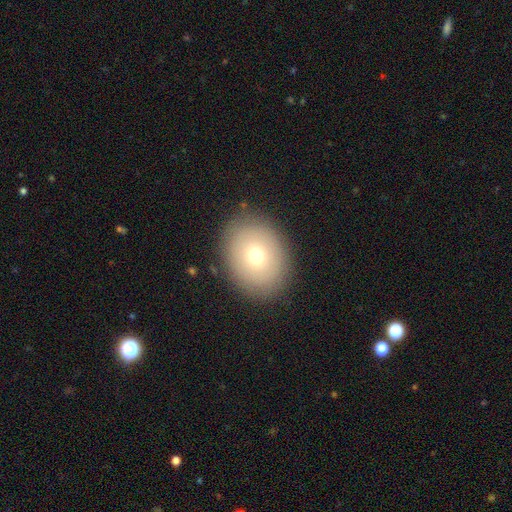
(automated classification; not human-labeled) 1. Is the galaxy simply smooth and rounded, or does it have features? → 72% smooth, 17% featured or disk, 10% star or artifact.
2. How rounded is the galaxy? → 57% in between, 43% round, 1% cigar-shaped.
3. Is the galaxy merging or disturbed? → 87% none, 9% minor disturbance, 3% major disturbance, 1% merger.